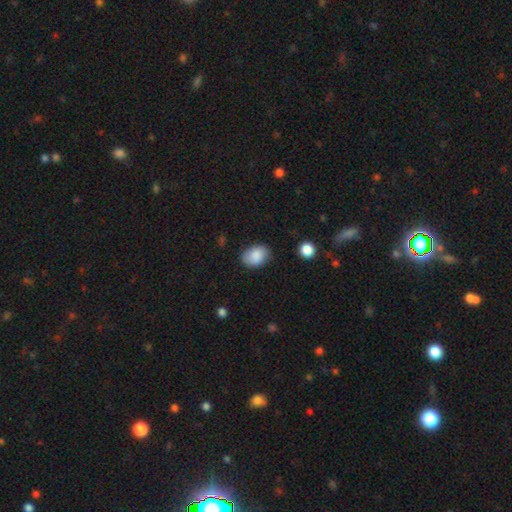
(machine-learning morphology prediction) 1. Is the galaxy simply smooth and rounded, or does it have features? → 87% smooth, 7% star or artifact, 5% featured or disk.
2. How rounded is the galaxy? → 71% in between, 28% round, 1% cigar-shaped.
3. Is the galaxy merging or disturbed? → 78% none, 17% minor disturbance, 4% major disturbance, 2% merger.